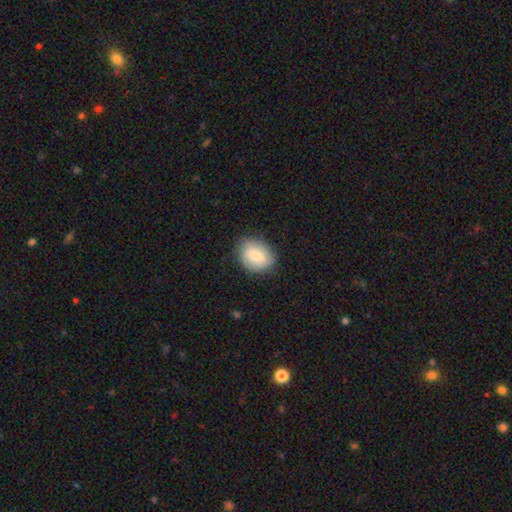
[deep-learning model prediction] The model was most divided on "how rounded": round: 52%, in between: 47%, cigar-shaped: 1%. More confident: merging — none (79%); smooth or featured — smooth (76%).